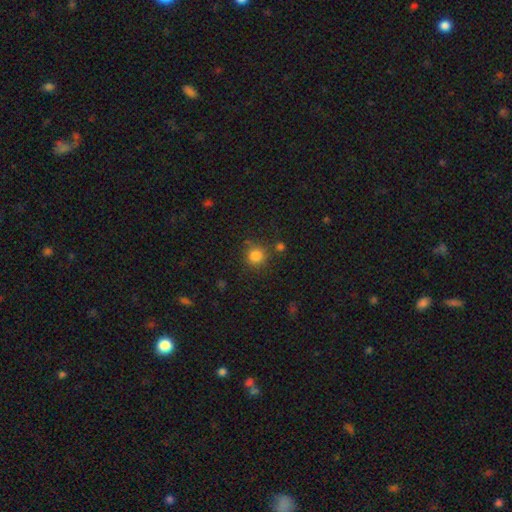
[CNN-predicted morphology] This is clearly a smooth galaxy (83%). How rounded: clearly round (91%). Merging: clearly none (80%).